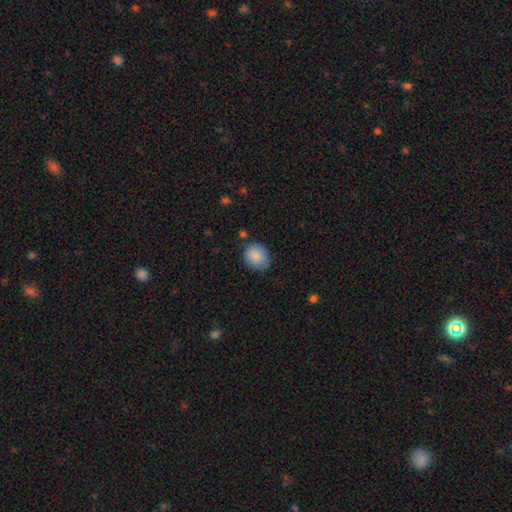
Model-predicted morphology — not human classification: Smooth or featured?
  - smooth: 87% *
  - star or artifact: 7%
  - featured or disk: 6%
How rounded?
  - round: 69% *
  - in between: 30%
  - cigar-shaped: 1%
Merging?
  - none: 76% *
  - minor disturbance: 17%
  - major disturbance: 3%
  - merger: 3%